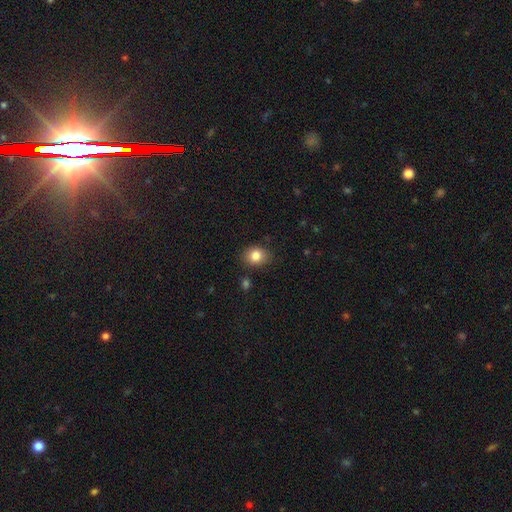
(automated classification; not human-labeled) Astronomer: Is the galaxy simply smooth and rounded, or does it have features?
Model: smooth — 84%.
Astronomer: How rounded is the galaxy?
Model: round — 52% (runner-up: in between, 47%).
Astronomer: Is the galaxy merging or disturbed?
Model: none — 82%.